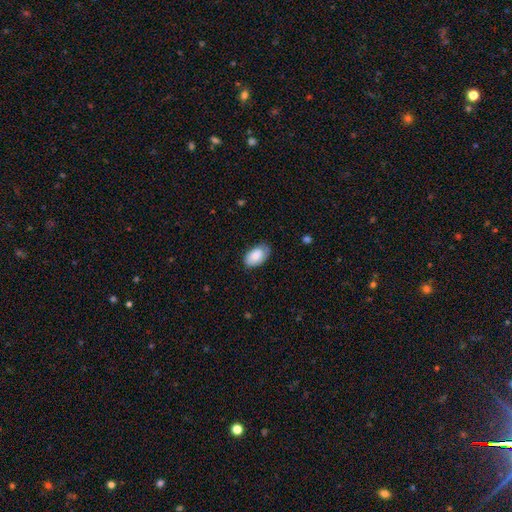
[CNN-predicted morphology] Smooth or featured?
  - smooth: 81% *
  - featured or disk: 12%
  - star or artifact: 6%
How rounded?
  - in between: 94% *
  - round: 5%
  - cigar-shaped: 1%
Merging?
  - none: 71% *
  - minor disturbance: 23%
  - major disturbance: 4%
  - merger: 1%